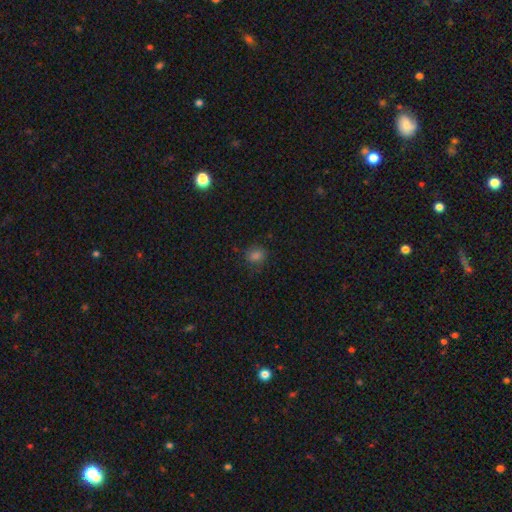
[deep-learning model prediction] Smooth or featured? smooth (76%)
How rounded? round (73%)
Merging? none (81%)